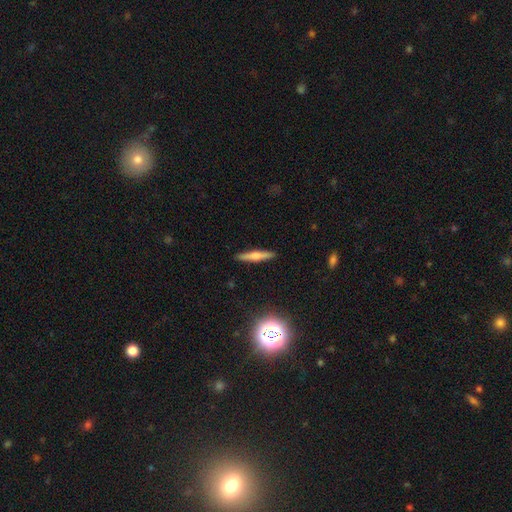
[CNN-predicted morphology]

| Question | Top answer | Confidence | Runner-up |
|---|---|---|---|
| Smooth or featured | featured or disk | 49% | smooth (43%) |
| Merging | none | 91% | minor disturbance (6%) |